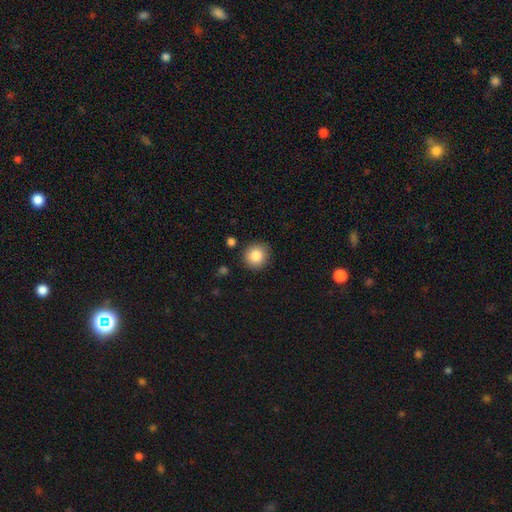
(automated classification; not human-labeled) A smooth galaxy with no disk features (86%) that is round (91%).

Vote fractions:
- Smooth or featured? smooth: 86% / star or artifact: 9% / featured or disk: 6%
- How rounded? round: 91% / in between: 8% / cigar-shaped: 1%
- Merging? none: 88% / minor disturbance: 7% / major disturbance: 2% / merger: 2%